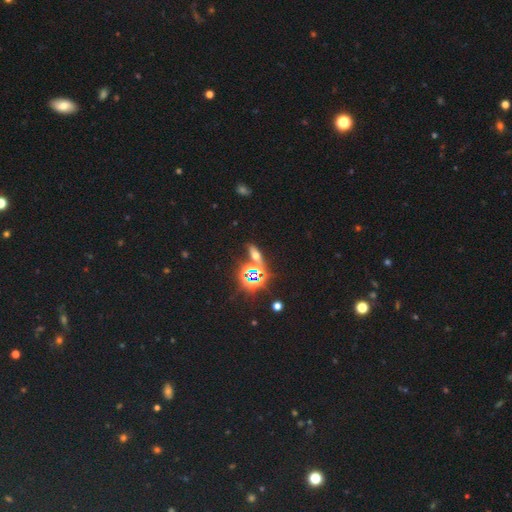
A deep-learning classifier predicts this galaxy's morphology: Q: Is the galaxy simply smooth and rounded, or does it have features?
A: star or artifact — 45%.